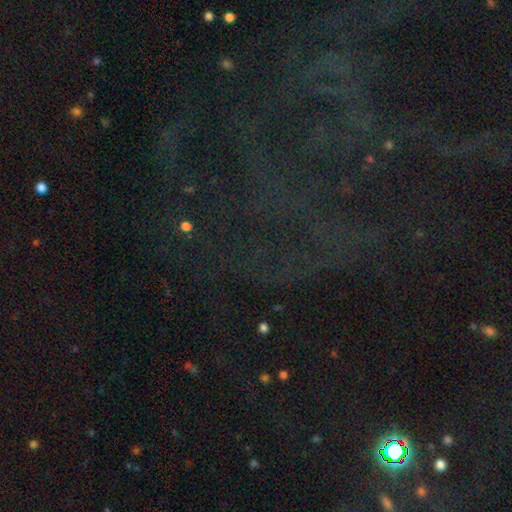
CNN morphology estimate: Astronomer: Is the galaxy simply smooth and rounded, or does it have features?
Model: star or artifact — 76%.